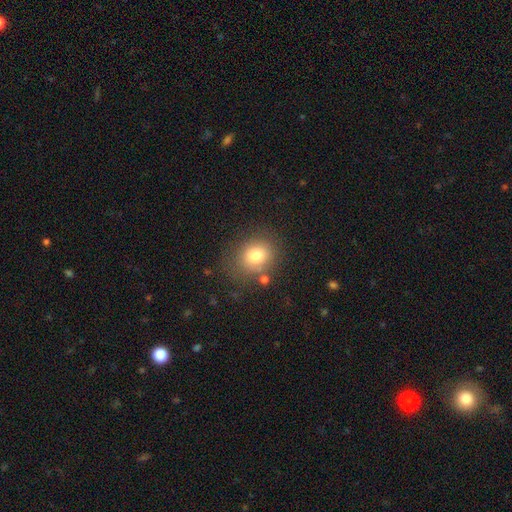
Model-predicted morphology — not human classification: smooth 78%, star or artifact 12%, featured or disk 10%. Down the decision tree: how rounded — round (66%); merging — none (74%).